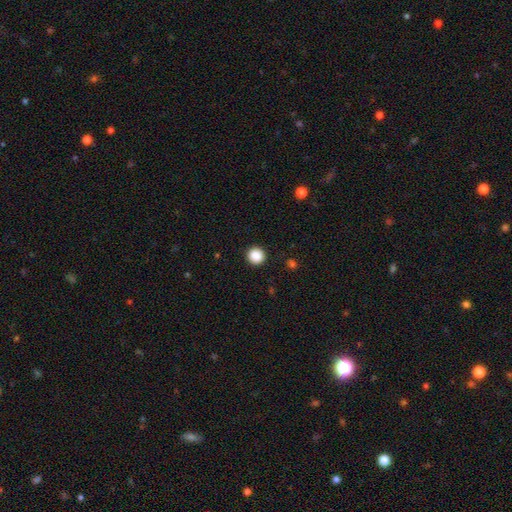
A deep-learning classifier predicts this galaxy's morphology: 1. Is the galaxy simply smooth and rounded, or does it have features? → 88% smooth, 10% star or artifact, 3% featured or disk.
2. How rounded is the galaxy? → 95% round, 4% in between, 1% cigar-shaped.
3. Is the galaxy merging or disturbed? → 93% none, 4% minor disturbance, 2% major disturbance, 1% merger.